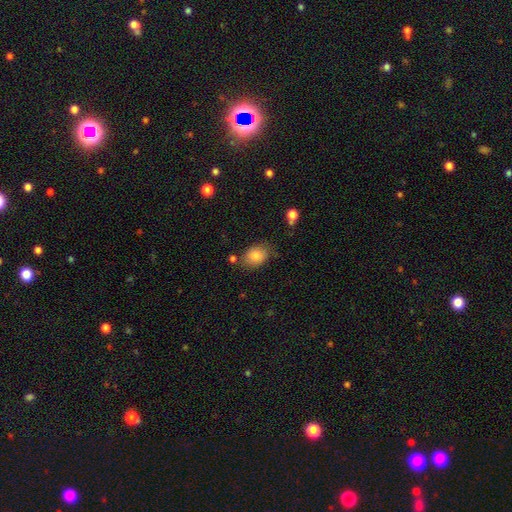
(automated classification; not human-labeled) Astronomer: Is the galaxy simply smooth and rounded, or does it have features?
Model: smooth — 84%.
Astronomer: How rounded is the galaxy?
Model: in between — 69%.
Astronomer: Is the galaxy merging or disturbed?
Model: none — 72%.